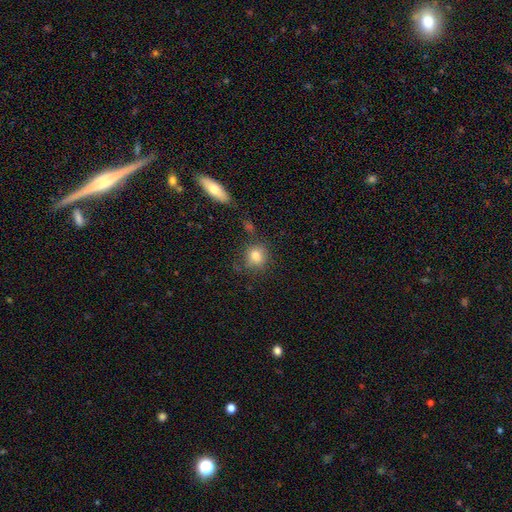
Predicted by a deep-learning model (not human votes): A smooth galaxy with no disk features (78%) that is round (78%). Merging: none (73%).